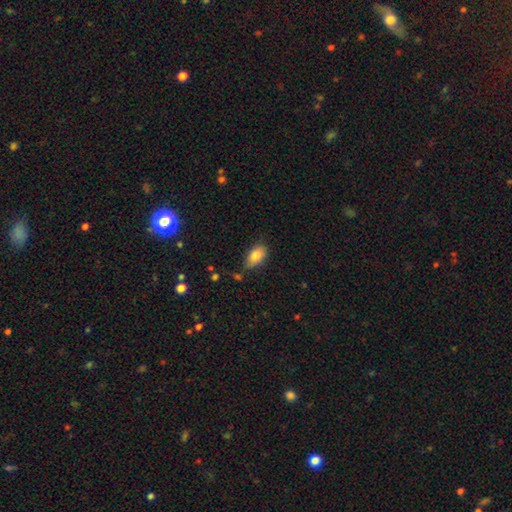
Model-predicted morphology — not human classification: This appears to be a smooth galaxy with no disk features (84%) that is in between round and cigar-shaped (91%). Merging: none (64%).